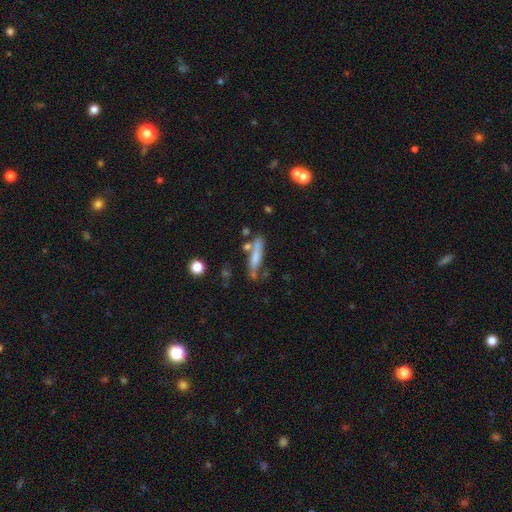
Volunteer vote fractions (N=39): A smooth galaxy with no disk features (54%) that is cigar-shaped (76%). Merging: none (43%).